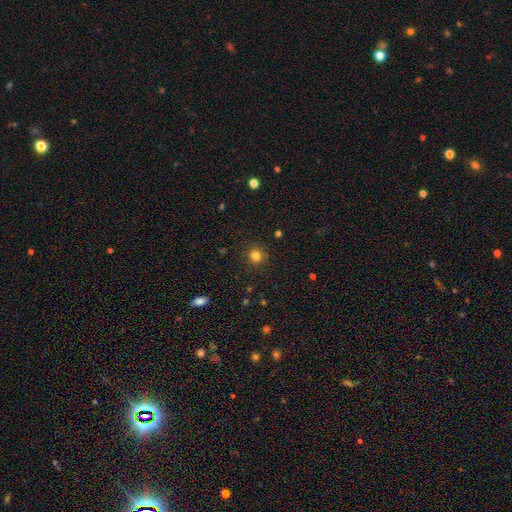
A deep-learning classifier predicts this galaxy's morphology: smooth-or-featured: smooth: 81% | star or artifact: 14% | featured or disk: 5%
  how-rounded: round: 91% | in between: 8% | cigar-shaped: 1%
  merging: none: 90% | minor disturbance: 7% | major disturbance: 2% | merger: 1%